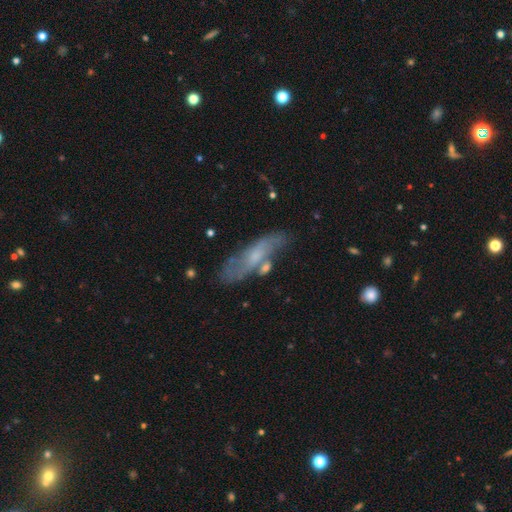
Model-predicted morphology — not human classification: Q: Smooth or featured?
A: featured or disk (54%); runner-up: smooth (38%)
Q: Edge-on disk?
A: no (69%); runner-up: yes (31%)
Q: Merging?
A: none (63%); runner-up: minor disturbance (20%)